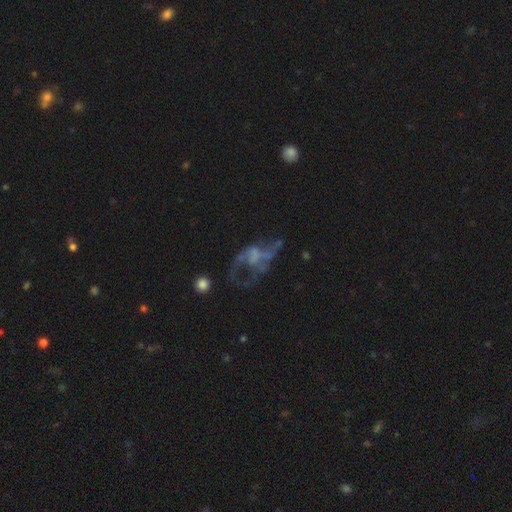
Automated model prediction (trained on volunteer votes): smooth_or_featured: featured or disk (p=0.63) [alt: smooth p=0.20]
disk_edge_on: no (p=0.96) [alt: yes p=0.04]
bar: no (p=0.75) [alt: weak p=0.18]
has_spiral_arms: no (p=0.61) [alt: yes p=0.39]
bulge_size: none (p=0.72) [alt: small p=0.13]
merging: major disturbance (p=0.49) [alt: none p=0.29]